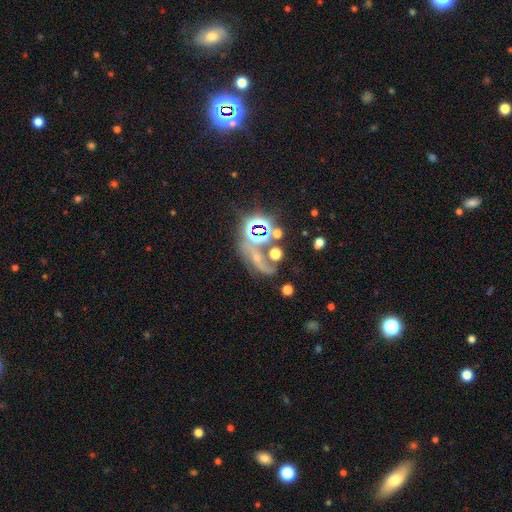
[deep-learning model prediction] Morphology: type=star or artifact (42%).